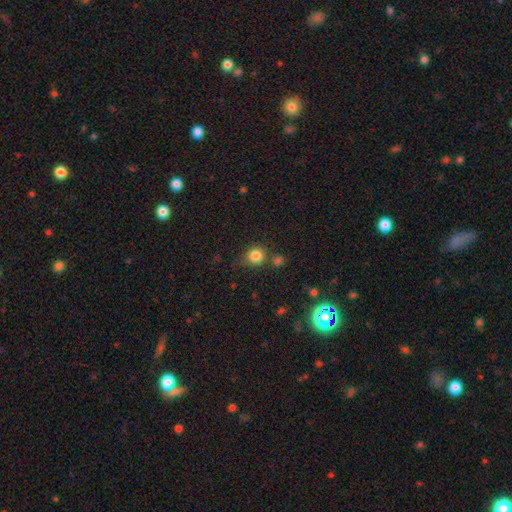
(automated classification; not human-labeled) This is clearly a smooth galaxy (83%). How rounded: clearly round (85%). Merging: likely none (70%).